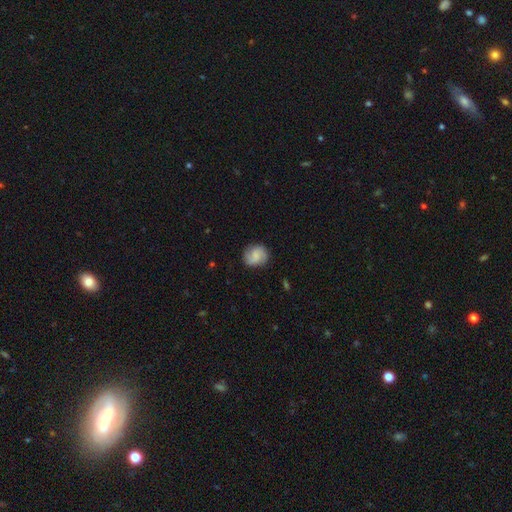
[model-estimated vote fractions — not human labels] Overall: smooth (52%; featured or disk 39%). How rounded: round (74%). Merging: none (81%).